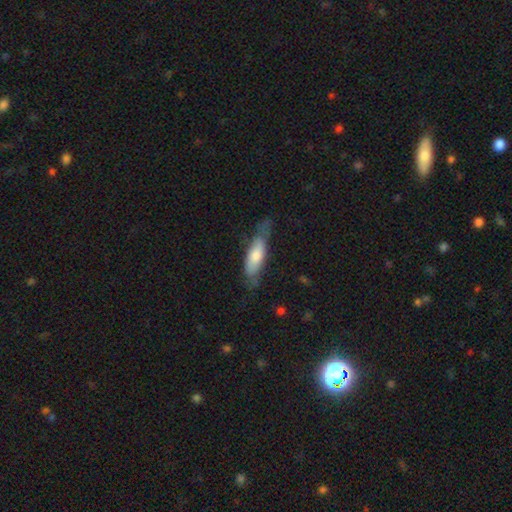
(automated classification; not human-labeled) smooth 61%, featured or disk 33%, star or artifact 6%. Down the decision tree: how rounded — in between (50%); merging — none (56%).